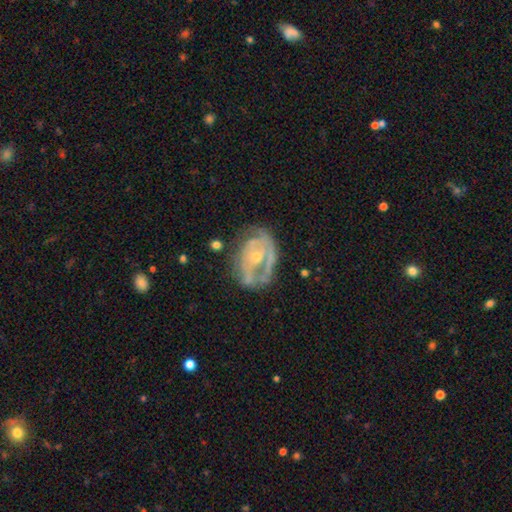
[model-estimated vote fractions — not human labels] This appears to be a featured or disk galaxy (75%) with no bar (72%), spiral arms (63%) and a small central bulge (58%). Merging: none (45%).